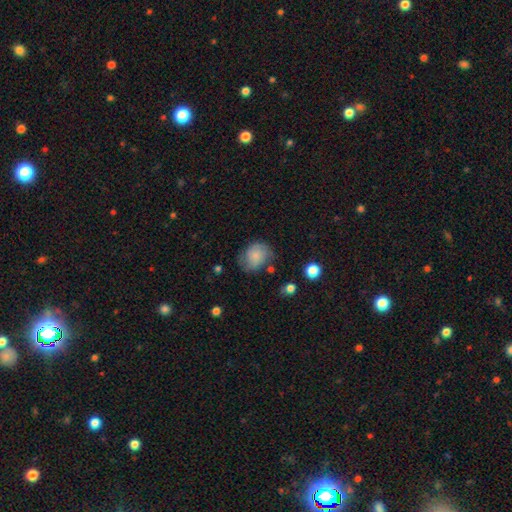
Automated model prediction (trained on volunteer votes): This appears to be a smooth galaxy with no disk features (68%) that is round (51%). Merging: none (58%).